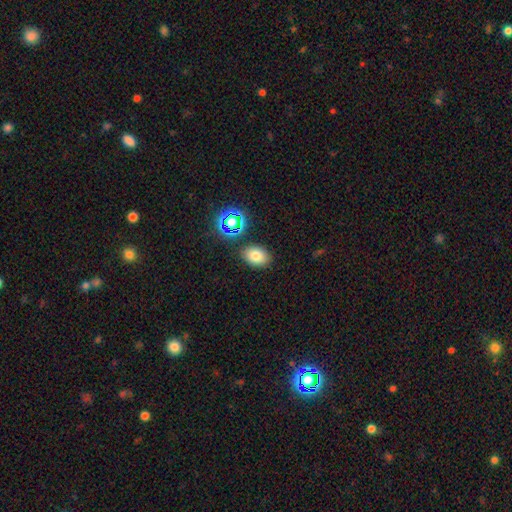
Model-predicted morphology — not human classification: This is likely a smooth galaxy (76%). How rounded: likely in between (79%). Merging: clearly none (83%).